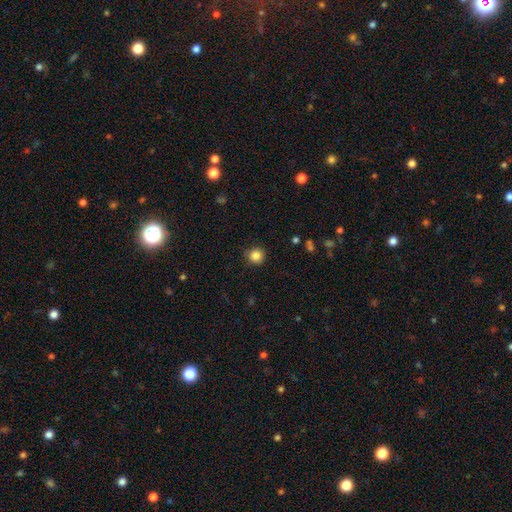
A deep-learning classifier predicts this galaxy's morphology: A smooth galaxy with no disk features (85%) that is round (94%).

Vote fractions:
- Smooth or featured? smooth: 85% / star or artifact: 11% / featured or disk: 4%
- How rounded? round: 94% / in between: 5% / cigar-shaped: 1%
- Merging? none: 86% / minor disturbance: 10% / major disturbance: 2% / merger: 1%